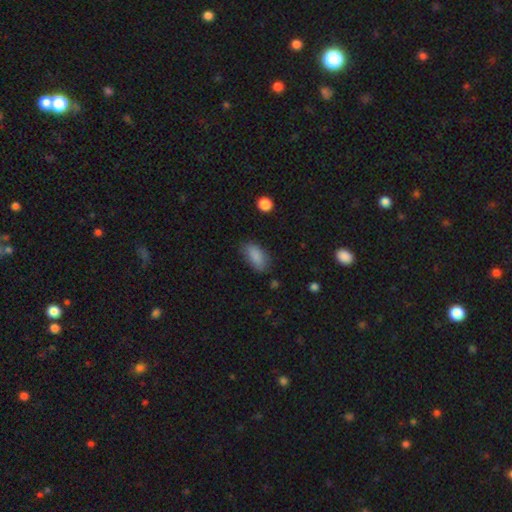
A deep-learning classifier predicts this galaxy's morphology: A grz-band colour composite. It shows a smooth galaxy with no disk features (87%) that is in between round and cigar-shaped (90%). Merging: none (74%).